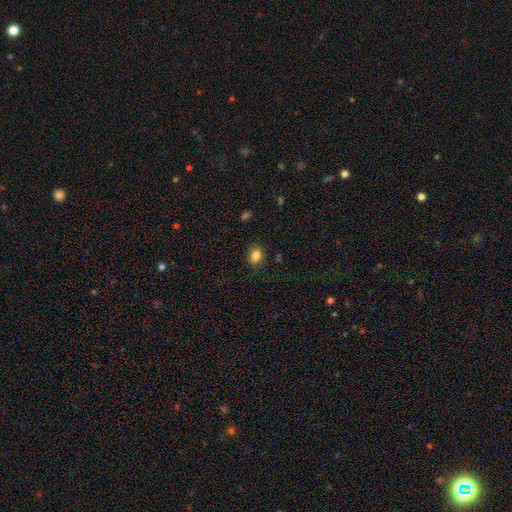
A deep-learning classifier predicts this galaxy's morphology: Smooth or featured? Predicted: smooth (p=0.83). How rounded? Predicted: in between (p=0.59). Merging? Predicted: none (p=0.84).